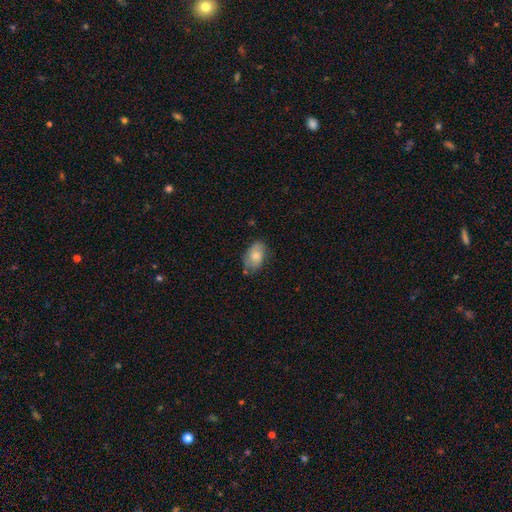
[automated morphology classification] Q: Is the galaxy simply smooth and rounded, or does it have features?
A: smooth — 76%.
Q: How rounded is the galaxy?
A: in between — 89%.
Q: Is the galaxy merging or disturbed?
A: none — 65%.